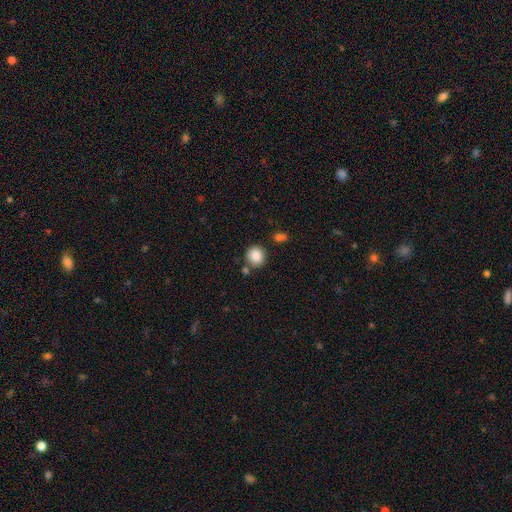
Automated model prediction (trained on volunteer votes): Smooth or featured: smooth — 87% (star or artifact — 9%)
How rounded: round — 82% (in between — 17%)
Merging: none — 78% (minor disturbance — 11%)